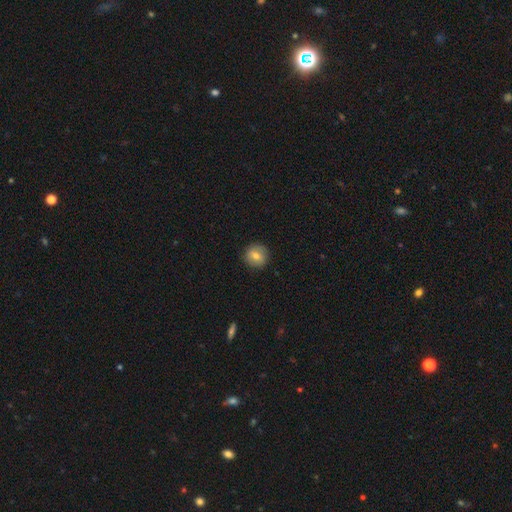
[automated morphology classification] This appears to be a smooth galaxy with no disk features (75%) that is round (92%). Merging: none (89%).